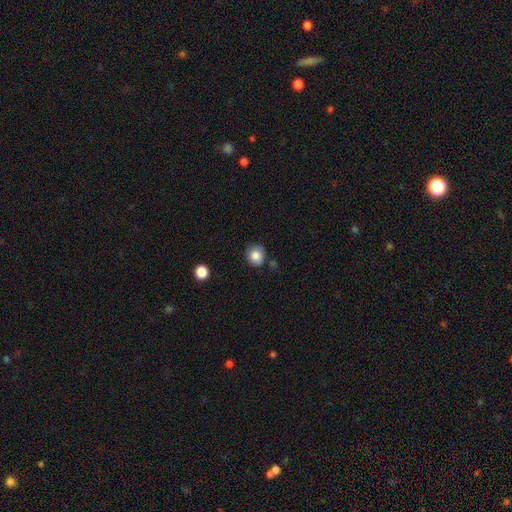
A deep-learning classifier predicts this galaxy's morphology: type=smooth (85%); roundness=round (85%); merging=none (79%).